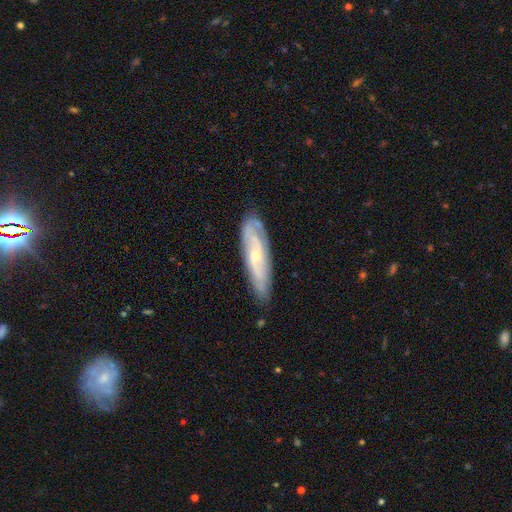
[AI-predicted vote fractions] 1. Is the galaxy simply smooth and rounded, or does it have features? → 73% featured or disk, 21% smooth, 6% star or artifact.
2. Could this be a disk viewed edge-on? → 74% no, 26% yes.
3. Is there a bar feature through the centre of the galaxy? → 62% no, 29% weak, 9% strong.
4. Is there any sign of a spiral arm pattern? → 85% yes, 15% no.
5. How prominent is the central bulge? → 67% small, 30% moderate, 1% none, 1% large, 1% dominant.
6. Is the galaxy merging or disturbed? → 78% none, 17% minor disturbance, 4% major disturbance, 1% merger.